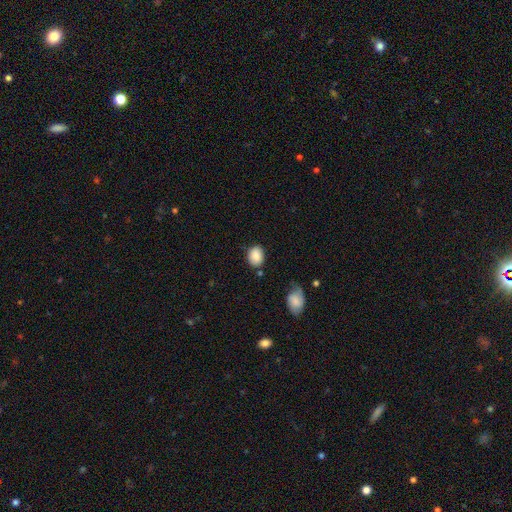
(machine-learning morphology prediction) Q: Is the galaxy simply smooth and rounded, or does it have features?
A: smooth — 86%.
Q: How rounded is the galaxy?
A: in between — 58%.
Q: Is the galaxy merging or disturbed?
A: none — 74%.